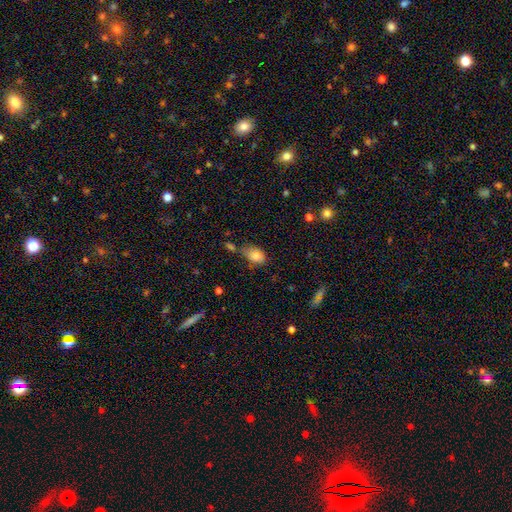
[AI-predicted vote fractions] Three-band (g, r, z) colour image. It shows a smooth galaxy with no disk features (82%) that is in between round and cigar-shaped (81%). Merging: none (50%).